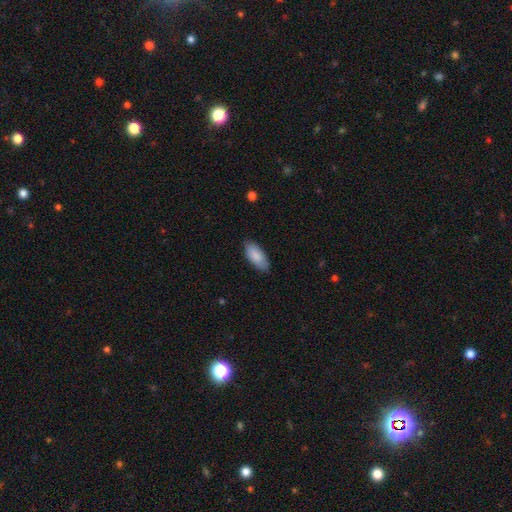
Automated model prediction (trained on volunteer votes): Morphology: type=smooth (87%); roundness=in between (89%); merging=none (85%).